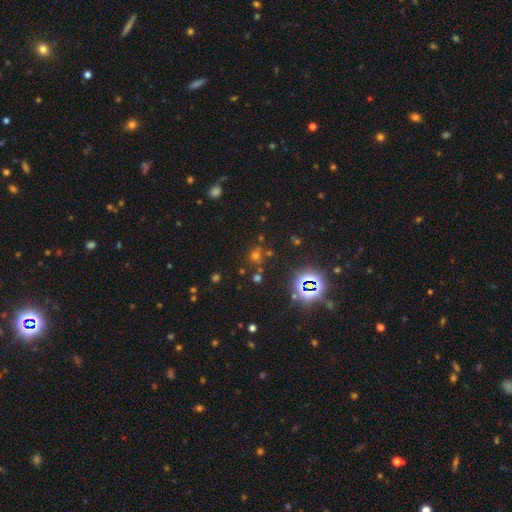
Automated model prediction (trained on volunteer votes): Smooth or featured? star or artifact (51%)